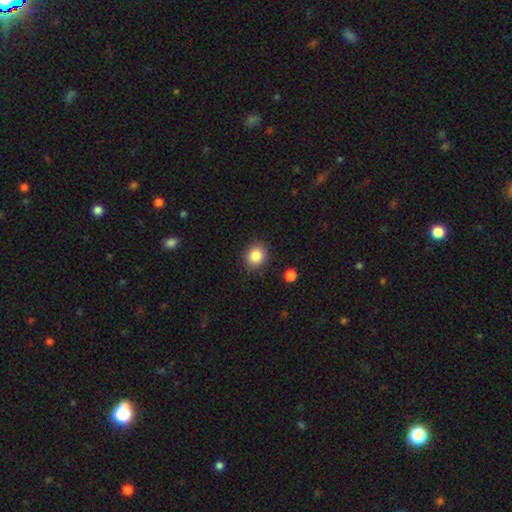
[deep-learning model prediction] Smooth or featured? Predicted: smooth (p=0.85). How rounded? Predicted: round (p=0.67). Merging? Predicted: none (p=0.88).